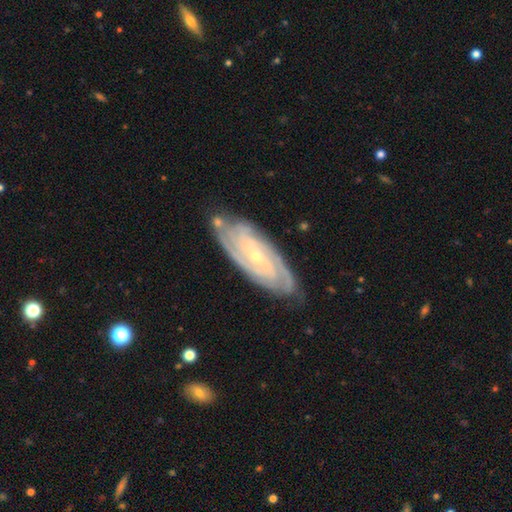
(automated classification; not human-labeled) Smooth or featured? featured or disk (89%)
Edge-on disk? no (93%)
Bar? no (54%)
Spiral arms? yes (98%)
Spiral winding? tight (76%)
Spiral arm count? 2 (27%)
Bulge size? small (79%)
Merging? none (79%)